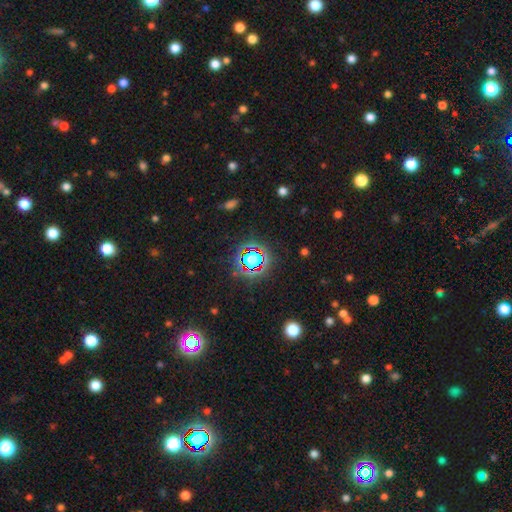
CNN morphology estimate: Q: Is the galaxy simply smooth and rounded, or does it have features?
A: star or artifact — 65%.